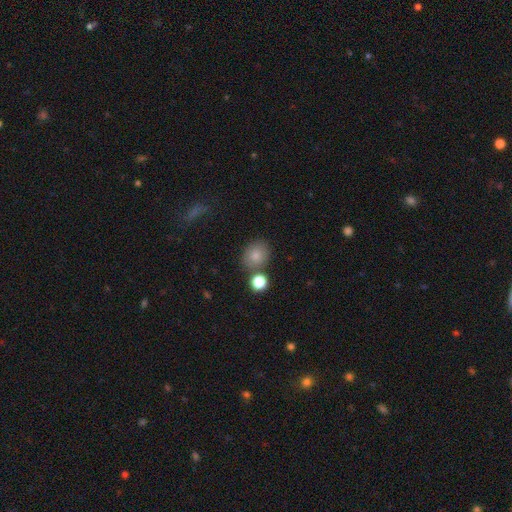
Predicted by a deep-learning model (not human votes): Smooth or featured: smooth — 82% (star or artifact — 11%)
How rounded: round — 59% (in between — 40%)
Merging: none — 71% (merger — 13%)